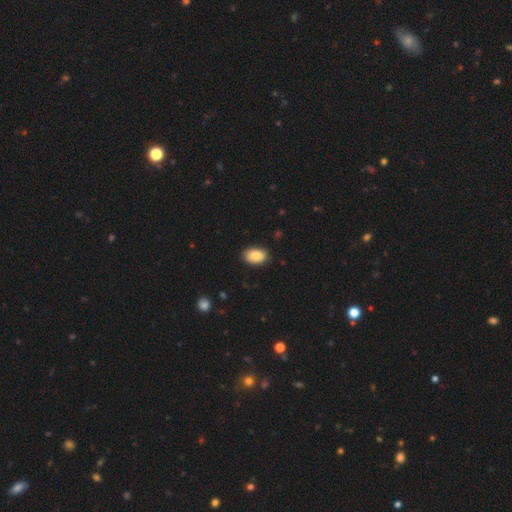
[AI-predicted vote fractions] This is clearly a smooth galaxy (88%). How rounded: clearly in between (89%). Merging: clearly none (88%).